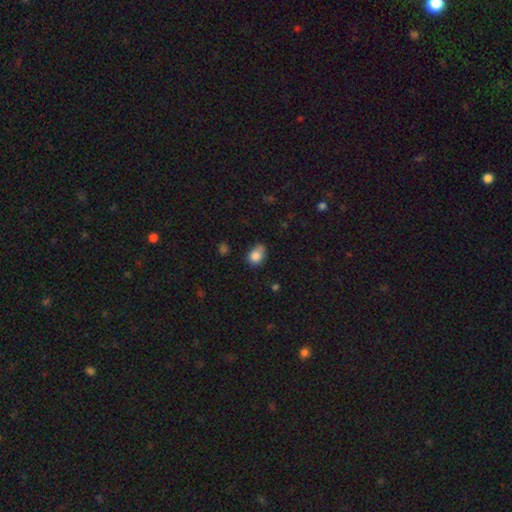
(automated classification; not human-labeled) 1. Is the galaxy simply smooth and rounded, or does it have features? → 85% smooth, 9% star or artifact, 6% featured or disk.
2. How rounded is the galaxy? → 63% in between, 35% round, 1% cigar-shaped.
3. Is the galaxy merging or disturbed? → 57% none, 33% minor disturbance, 7% major disturbance, 4% merger.